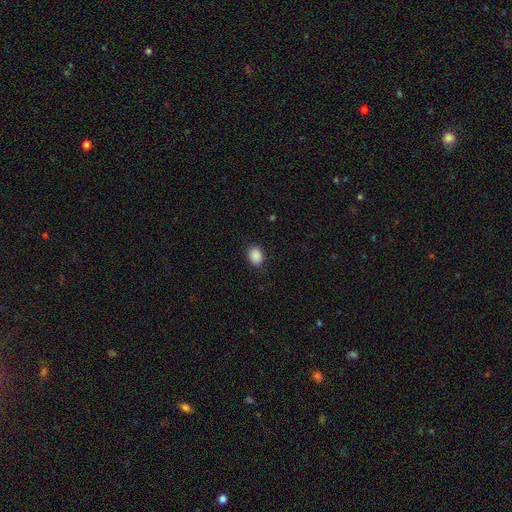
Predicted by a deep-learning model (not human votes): smooth-or-featured: smooth: 89% | star or artifact: 8% | featured or disk: 3%
  how-rounded: in between: 63% | round: 37% | cigar-shaped: 1%
  merging: none: 87% | minor disturbance: 10% | major disturbance: 3% | merger: 1%